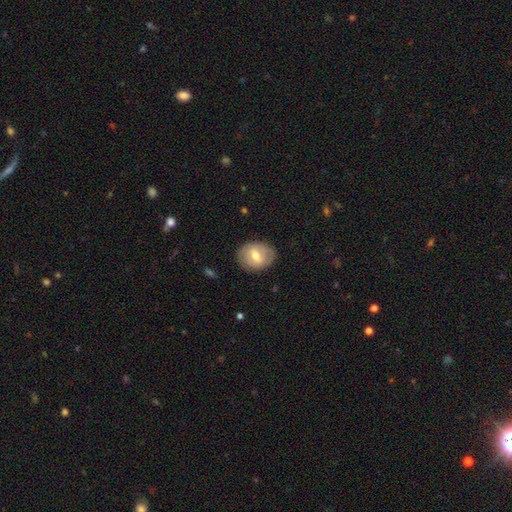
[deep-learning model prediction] This is possibly a featured or disk galaxy (49%). Merging: clearly none (82%).